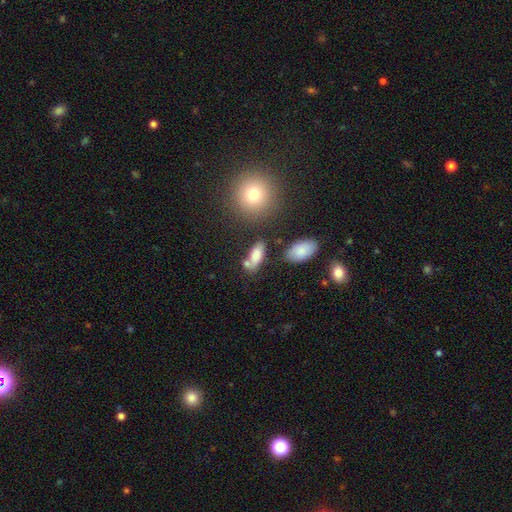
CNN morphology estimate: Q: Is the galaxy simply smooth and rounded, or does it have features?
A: smooth — 76%.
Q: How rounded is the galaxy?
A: in between — 82%.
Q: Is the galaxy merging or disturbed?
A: none — 52%.